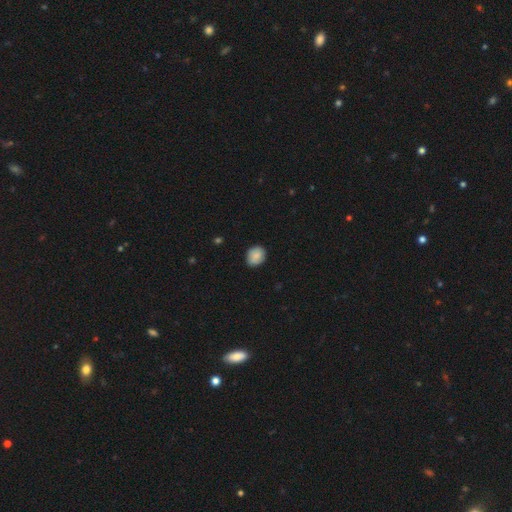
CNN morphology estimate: A smooth galaxy with no disk features (86%) that is round (63%).

Vote fractions:
- Smooth or featured? smooth: 86% / star or artifact: 7% / featured or disk: 7%
- How rounded? round: 63% / in between: 37% / cigar-shaped: 1%
- Merging? none: 84% / minor disturbance: 12% / major disturbance: 2% / merger: 1%